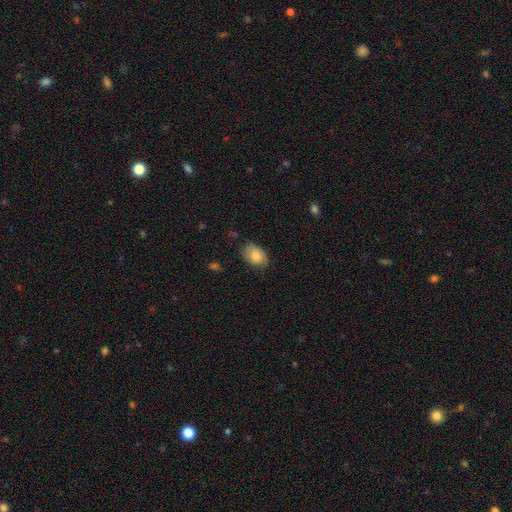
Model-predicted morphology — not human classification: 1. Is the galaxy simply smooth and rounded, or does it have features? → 83% smooth, 10% featured or disk, 7% star or artifact.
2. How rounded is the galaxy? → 81% in between, 18% round, 1% cigar-shaped.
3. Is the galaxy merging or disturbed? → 76% none, 19% minor disturbance, 4% major disturbance, 1% merger.